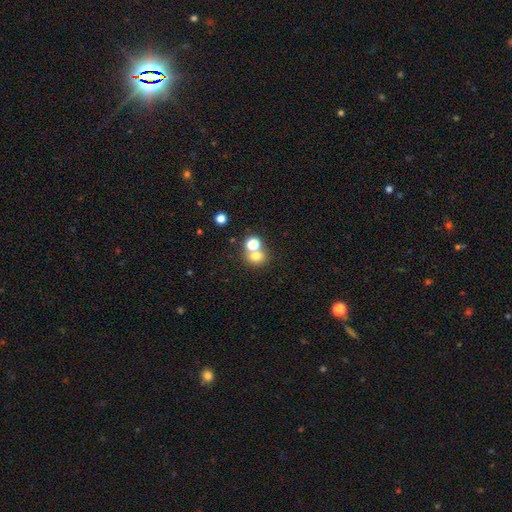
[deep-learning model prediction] smooth_or_featured: smooth (p=0.71) [alt: star or artifact p=0.17]
how_rounded: round (p=0.73) [alt: in between p=0.26]
merging: none (p=0.46) [alt: merger p=0.44]